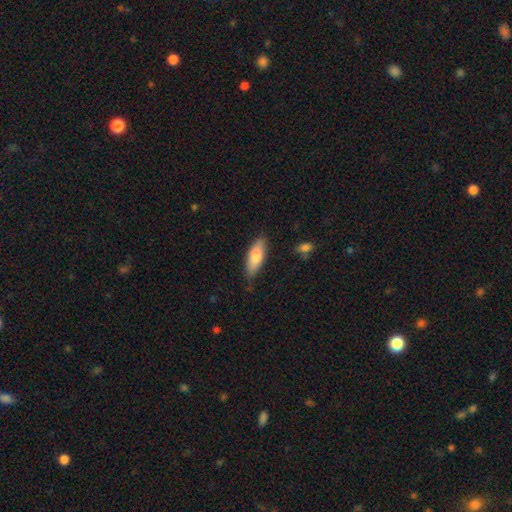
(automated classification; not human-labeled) Smooth or featured: smooth — 80% (featured or disk — 15%)
How rounded: in between — 61% (cigar-shaped — 37%)
Merging: none — 78% (minor disturbance — 17%)